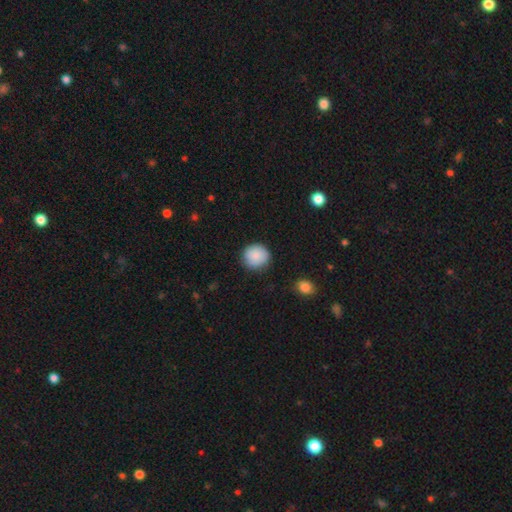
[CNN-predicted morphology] Smooth or featured? smooth (87%)
How rounded? round (90%)
Merging? none (86%)